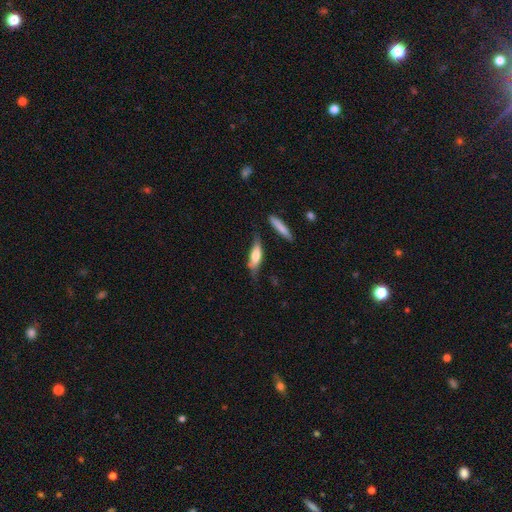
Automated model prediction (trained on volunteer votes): Morphology: type=smooth (63%); roundness=cigar-shaped (57%); merging=none (51%).